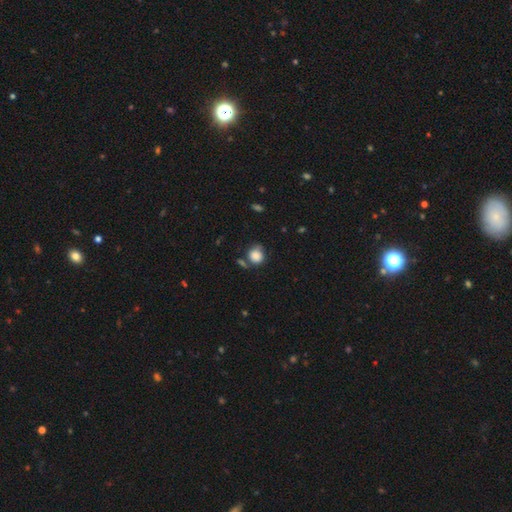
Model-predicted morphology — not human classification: smooth_or_featured: smooth (p=0.85) [alt: star or artifact p=0.09]
how_rounded: round (p=0.80) [alt: in between p=0.19]
merging: none (p=0.61) [alt: minor disturbance p=0.22]